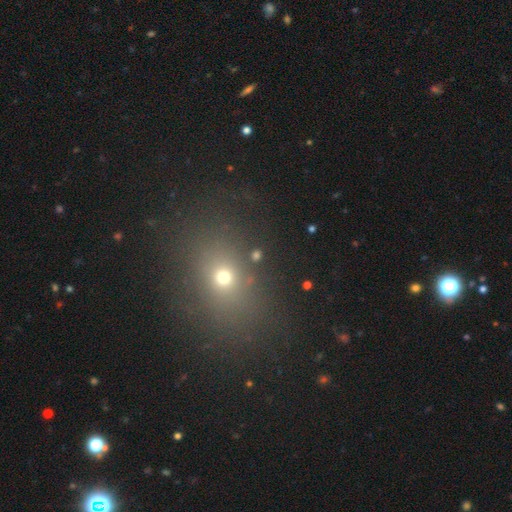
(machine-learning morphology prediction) type=smooth (60%); roundness=in between (51%); merging=none (78%).